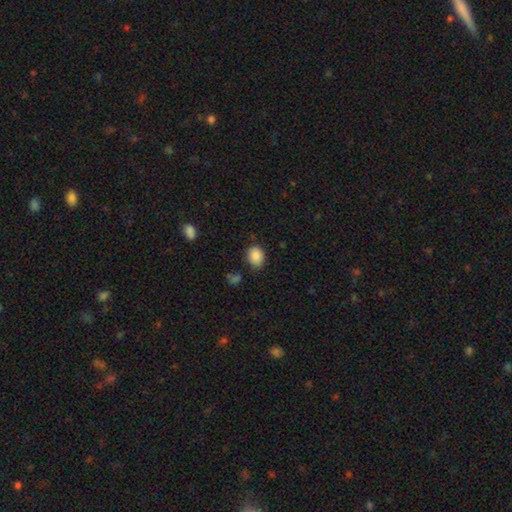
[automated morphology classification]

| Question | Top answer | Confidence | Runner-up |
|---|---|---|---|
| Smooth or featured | smooth | 87% | star or artifact (9%) |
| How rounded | in between | 51% | round (48%) |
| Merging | none | 78% | minor disturbance (16%) |